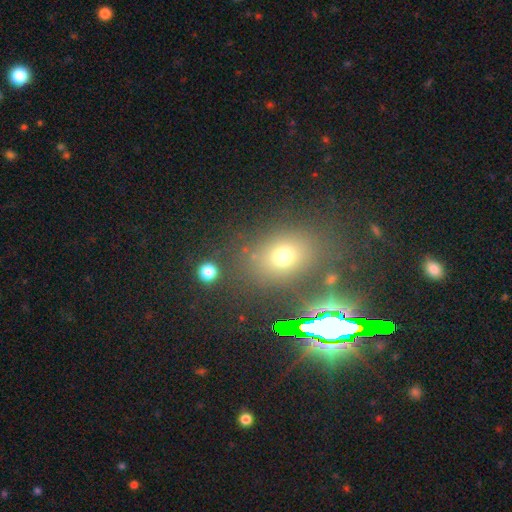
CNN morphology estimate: Smooth or featured? star or artifact (50%)